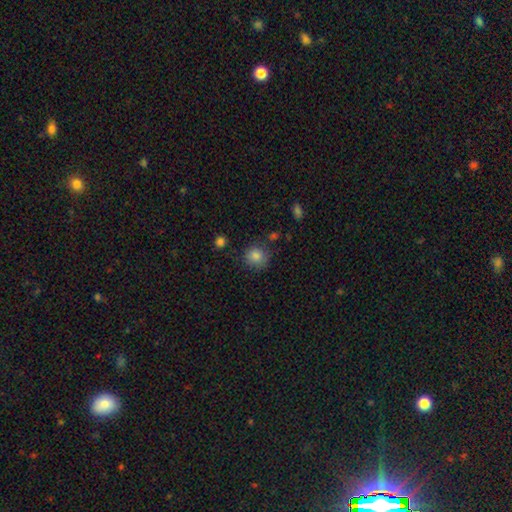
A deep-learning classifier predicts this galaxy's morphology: Smooth or featured?
  - smooth: 84% *
  - star or artifact: 10%
  - featured or disk: 6%
How rounded?
  - round: 87% *
  - in between: 12%
  - cigar-shaped: 1%
Merging?
  - none: 79% *
  - minor disturbance: 14%
  - major disturbance: 4%
  - merger: 3%